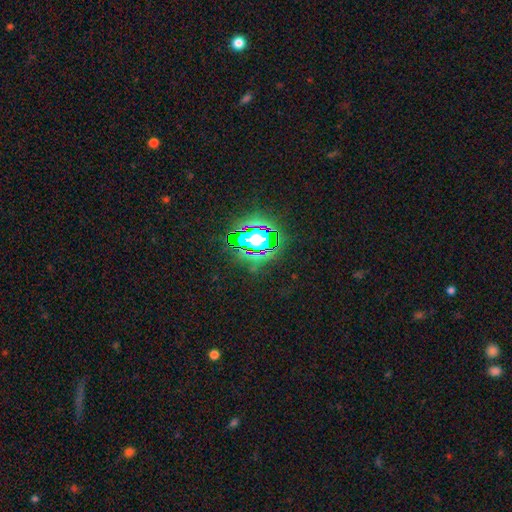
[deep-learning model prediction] A star or artifact, not a galaxy (82%).

Vote fractions:
- Smooth or featured? star or artifact: 82% / smooth: 11% / featured or disk: 7%